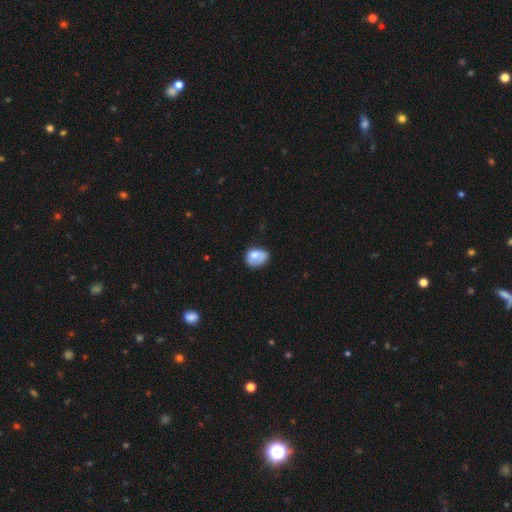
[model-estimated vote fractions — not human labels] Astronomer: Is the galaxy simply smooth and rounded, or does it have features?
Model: smooth — 72%.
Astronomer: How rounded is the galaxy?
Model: in between — 68%.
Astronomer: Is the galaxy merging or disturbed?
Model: none — 45% (runner-up: minor disturbance, 35%).